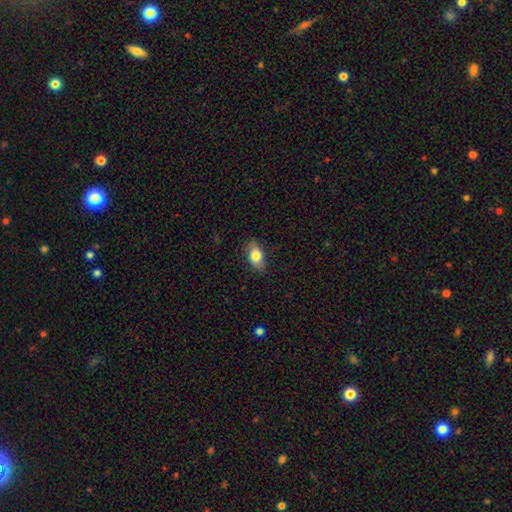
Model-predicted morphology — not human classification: A smooth galaxy with no disk features (80%) that is in between round and cigar-shaped (88%).

Vote fractions:
- Smooth or featured? smooth: 80% / featured or disk: 13% / star or artifact: 7%
- How rounded? in between: 88% / round: 8% / cigar-shaped: 4%
- Merging? none: 84% / minor disturbance: 13% / major disturbance: 3% / merger: 1%